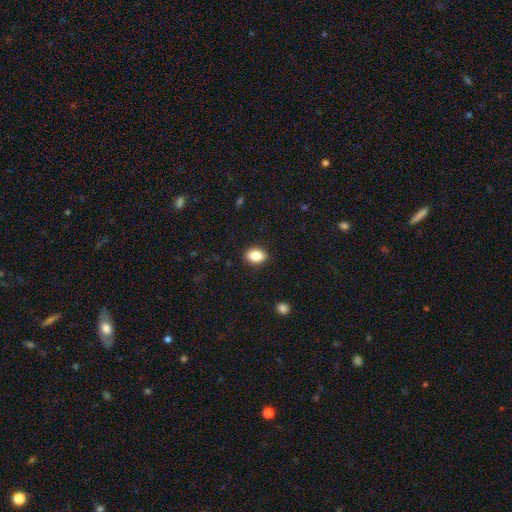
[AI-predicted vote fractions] This is clearly a smooth galaxy (85%). How rounded: clearly in between (83%). Merging: clearly none (89%).